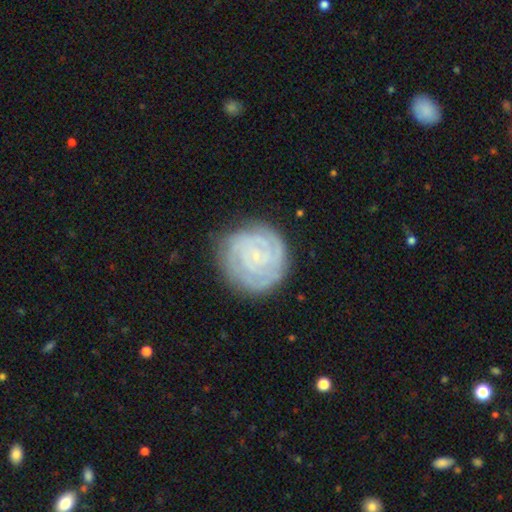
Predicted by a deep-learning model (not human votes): This is clearly a featured or disk galaxy (82%). It is clearly not viewed edge-on (98%). Bar: likely no (69%). Spiral arm pattern: clearly yes (97%). Spiral arm count: marginally 3 (25%). Spiral winding: clearly tight (83%). Central bulge: clearly small (81%). Merging: likely none (80%).